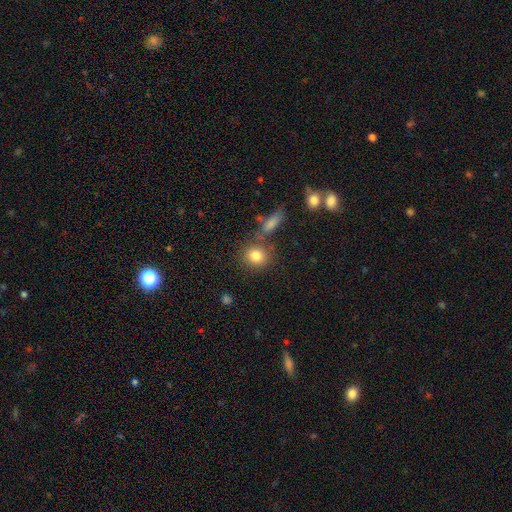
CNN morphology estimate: smooth-or-featured: smooth: 82% | star or artifact: 10% | featured or disk: 8%
  how-rounded: round: 81% | in between: 18% | cigar-shaped: 2%
  merging: none: 72% | merger: 14% | minor disturbance: 10% | major disturbance: 4%